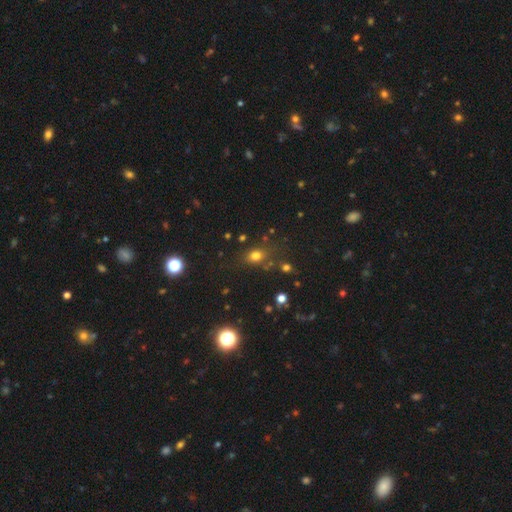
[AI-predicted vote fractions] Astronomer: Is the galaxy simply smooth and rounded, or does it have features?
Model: smooth — 72%.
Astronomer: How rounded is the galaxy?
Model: round — 49% (runner-up: in between, 48%).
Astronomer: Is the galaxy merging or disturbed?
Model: none — 72%.